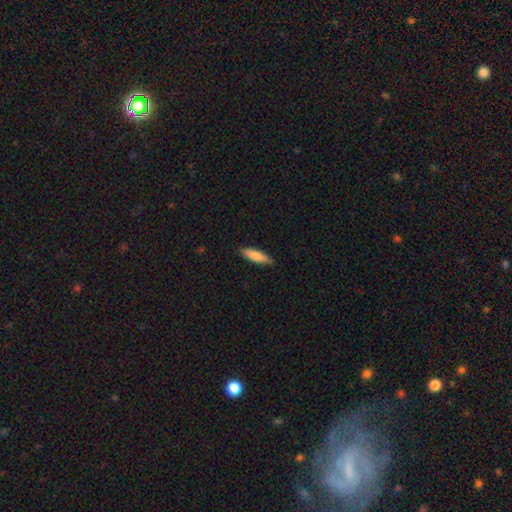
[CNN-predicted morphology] smooth-or-featured: smooth: 82% | featured or disk: 12% | star or artifact: 5%
  how-rounded: cigar-shaped: 60% | in between: 38% | round: 2%
  merging: none: 86% | minor disturbance: 11% | major disturbance: 2% | merger: 1%